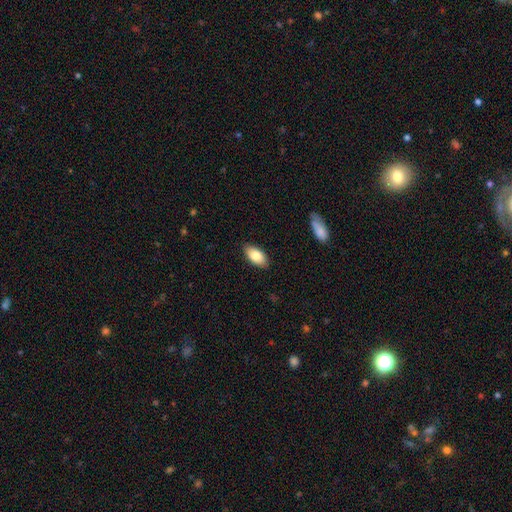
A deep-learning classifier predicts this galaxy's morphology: type=smooth (81%); roundness=in between (93%); merging=none (88%).